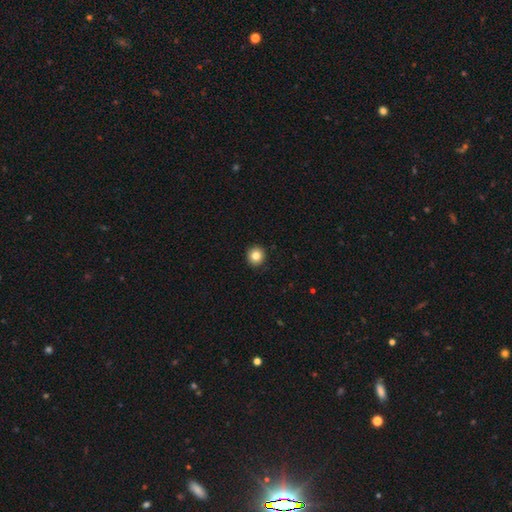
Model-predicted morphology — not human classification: This is clearly a smooth galaxy (82%). How rounded: clearly round (93%). Merging: clearly none (92%).